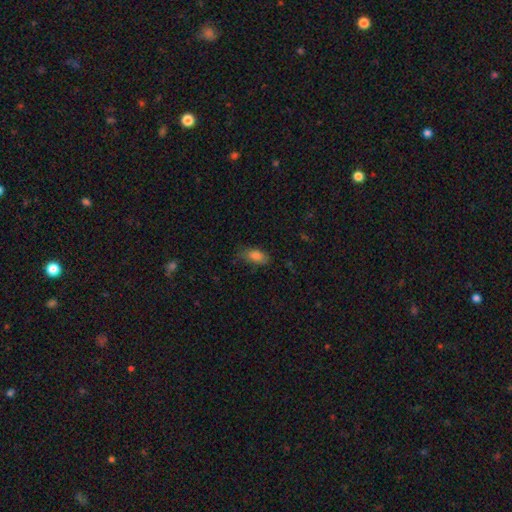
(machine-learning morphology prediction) The model was most divided on "merging": none: 70%, minor disturbance: 23%, major disturbance: 6%, merger: 1%. More confident: how rounded — in between (88%); smooth or featured — smooth (83%).